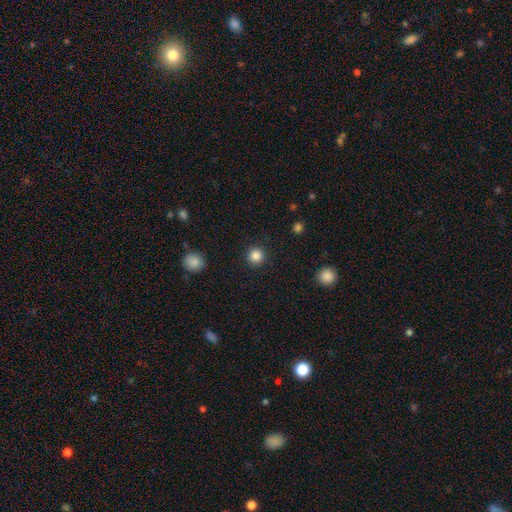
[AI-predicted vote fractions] smooth_or_featured: smooth (p=0.86) [alt: star or artifact p=0.11]
how_rounded: round (p=0.95) [alt: in between p=0.04]
merging: none (p=0.92) [alt: minor disturbance p=0.05]